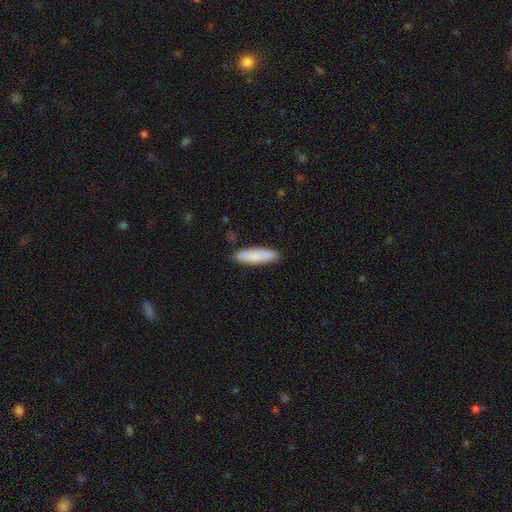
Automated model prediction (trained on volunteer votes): This appears to be a smooth galaxy with no disk features (84%) that is cigar-shaped (67%). Merging: none (87%).